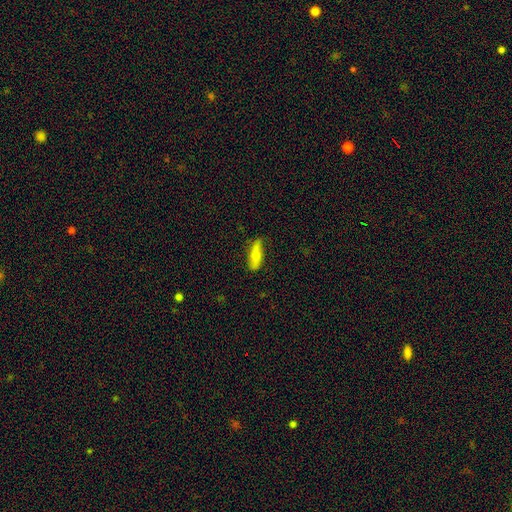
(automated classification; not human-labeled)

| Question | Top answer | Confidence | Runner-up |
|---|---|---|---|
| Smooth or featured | smooth | 60% | featured or disk (34%) |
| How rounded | in between | 54% | cigar-shaped (43%) |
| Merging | none | 72% | minor disturbance (23%) |